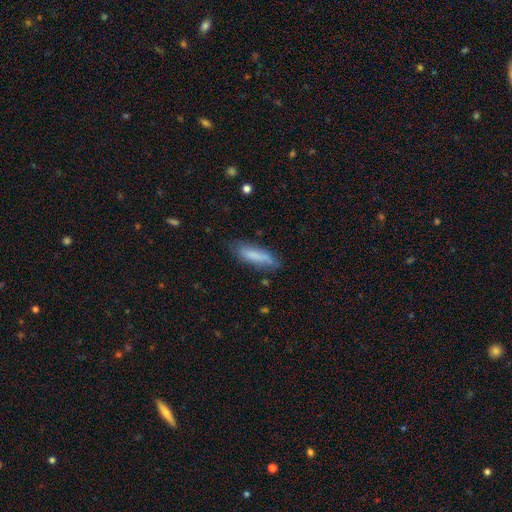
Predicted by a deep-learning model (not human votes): smooth_or_featured: smooth (p=0.77) [alt: featured or disk p=0.16]
how_rounded: cigar-shaped (p=0.60) [alt: in between p=0.38]
merging: none (p=0.64) [alt: minor disturbance p=0.27]